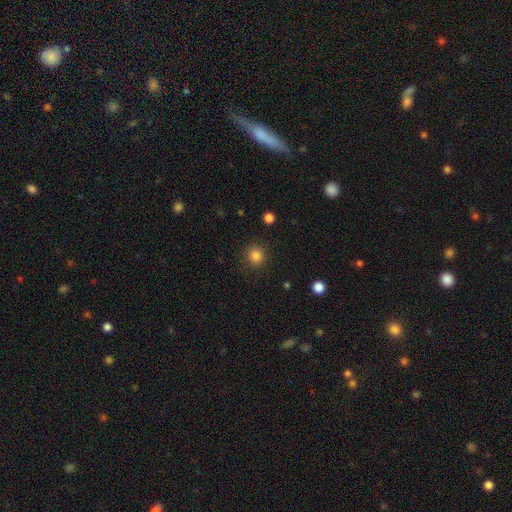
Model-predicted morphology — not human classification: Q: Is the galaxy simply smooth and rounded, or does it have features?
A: smooth — 83%.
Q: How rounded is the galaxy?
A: round — 91%.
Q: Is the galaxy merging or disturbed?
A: none — 89%.